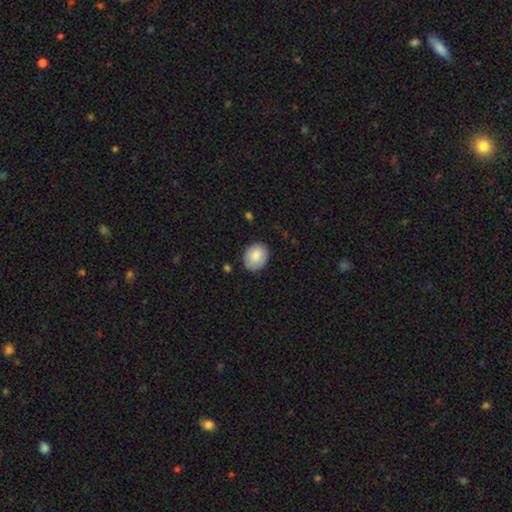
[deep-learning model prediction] Smooth or featured? Predicted: smooth (p=0.87). How rounded? Predicted: in between (p=0.57). Merging? Predicted: none (p=0.83).